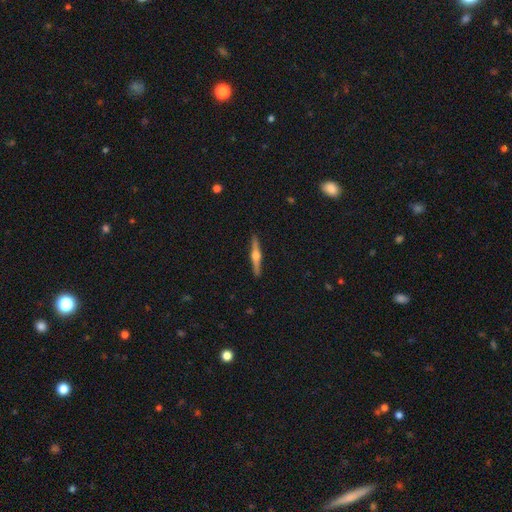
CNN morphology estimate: A featured or disk galaxy (73%) viewed edge-on (98%) with a rounded central bulge (92%). Merging: none (92%).